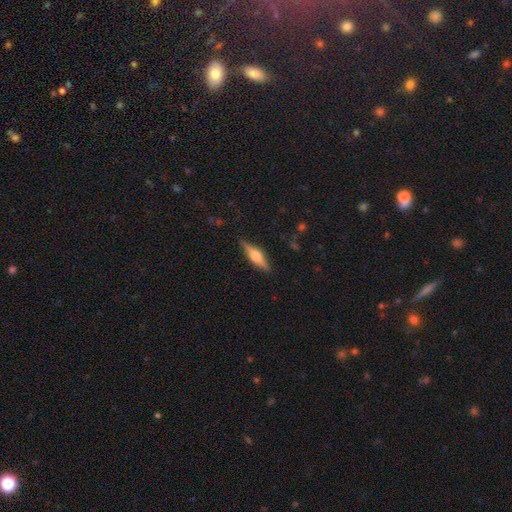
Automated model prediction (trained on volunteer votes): The model was most divided on "smooth or featured": featured or disk: 55%, smooth: 39%, star or artifact: 6%. More confident: edge-on disk — yes (95%); edge-on bulge — rounded (87%); merging — none (85%).